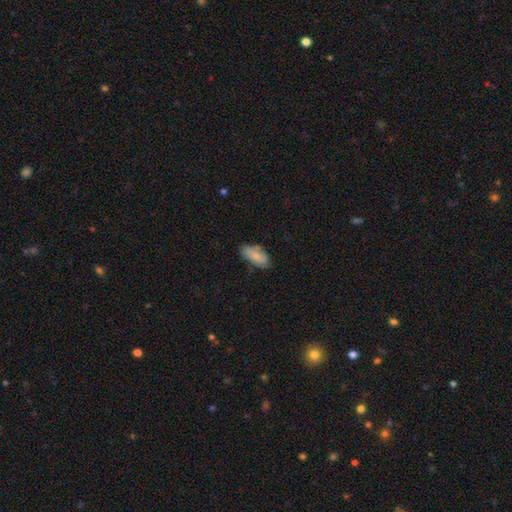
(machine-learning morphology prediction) A smooth galaxy with no disk features (78%) that is in between round and cigar-shaped (90%). Merging: none (66%).